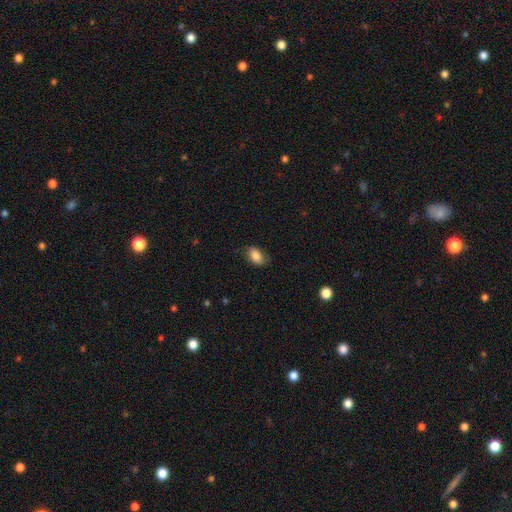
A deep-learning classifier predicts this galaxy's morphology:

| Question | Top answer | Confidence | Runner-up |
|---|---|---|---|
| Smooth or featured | smooth | 84% | featured or disk (9%) |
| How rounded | in between | 89% | round (9%) |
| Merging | none | 76% | minor disturbance (18%) |